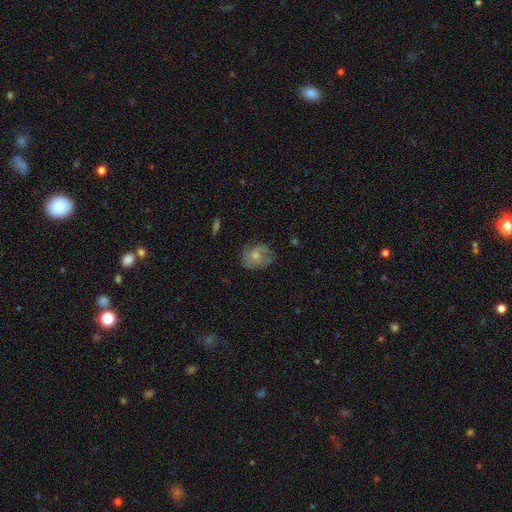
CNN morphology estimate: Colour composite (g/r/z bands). It shows a smooth galaxy with no disk features (48%). Merging: none (58%).